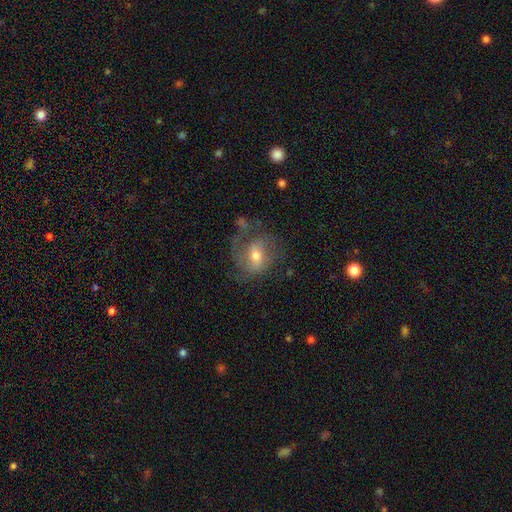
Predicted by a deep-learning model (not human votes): smooth-or-featured: featured or disk: 63% | smooth: 28% | star or artifact: 10%
  disk-edge-on: no: 96% | yes: 4%
    bar: weak: 48% | no: 34% | strong: 18%
    has-spiral-arms: yes: 79% | no: 21%
    bulge-size: moderate: 62% | small: 31% | large: 5% | none: 2% | dominant: 1%
  merging: none: 49% | major disturbance: 24% | minor disturbance: 22% | merger: 4%